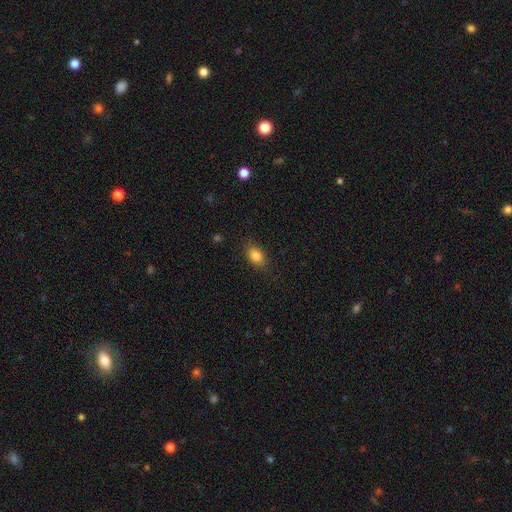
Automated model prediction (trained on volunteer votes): Morphology: type=smooth (83%); roundness=in between (78%); merging=none (81%).